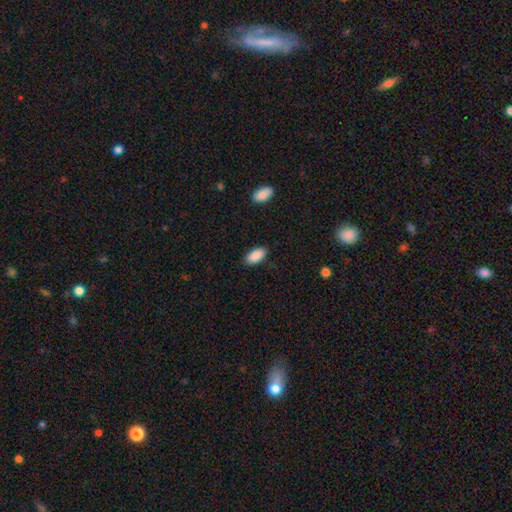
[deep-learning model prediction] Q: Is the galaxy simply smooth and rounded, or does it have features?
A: smooth — 90%.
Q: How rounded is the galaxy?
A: in between — 93%.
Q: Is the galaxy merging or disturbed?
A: none — 87%.